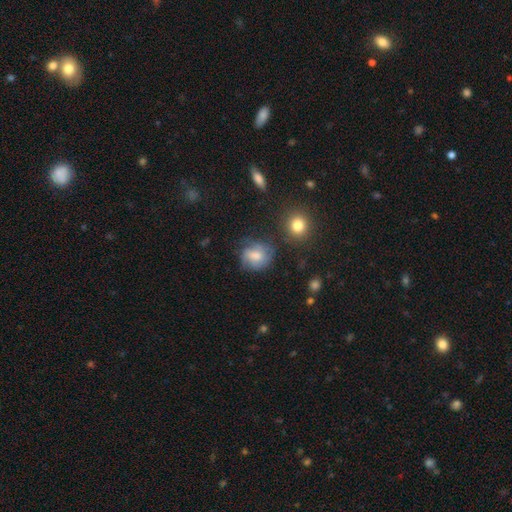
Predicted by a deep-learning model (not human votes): Smooth or featured? smooth (61%)
How rounded? round (69%)
Merging? none (54%)